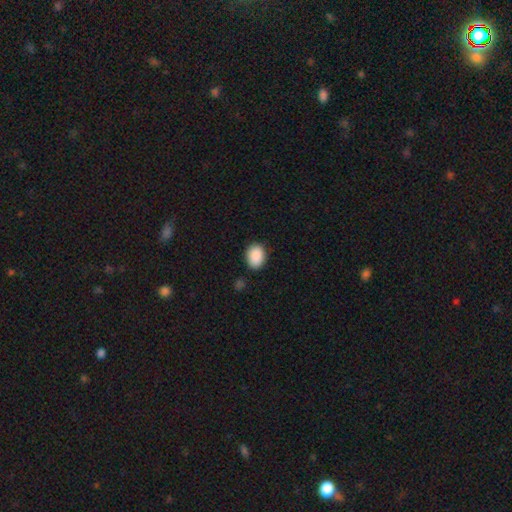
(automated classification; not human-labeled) A smooth galaxy with no disk features (90%) that is in between round and cigar-shaped (69%).

Vote fractions:
- Smooth or featured? smooth: 90% / star or artifact: 7% / featured or disk: 3%
- How rounded? in between: 69% / round: 30% / cigar-shaped: 1%
- Merging? none: 84% / minor disturbance: 11% / major disturbance: 3% / merger: 2%